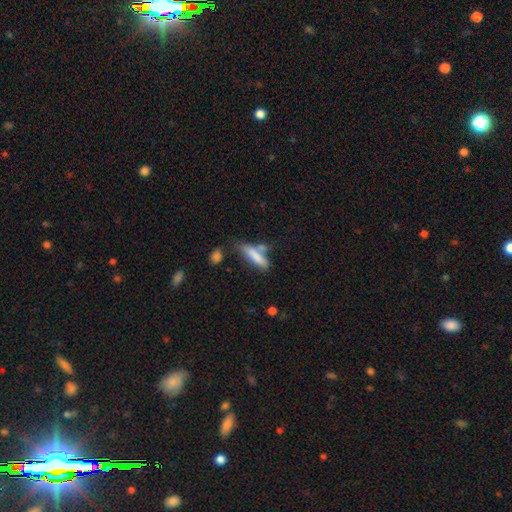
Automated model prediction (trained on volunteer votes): Q: Smooth or featured?
A: smooth (76%); runner-up: featured or disk (17%)
Q: How rounded?
A: cigar-shaped (70%); runner-up: in between (28%)
Q: Merging?
A: none (46%); runner-up: merger (23%)